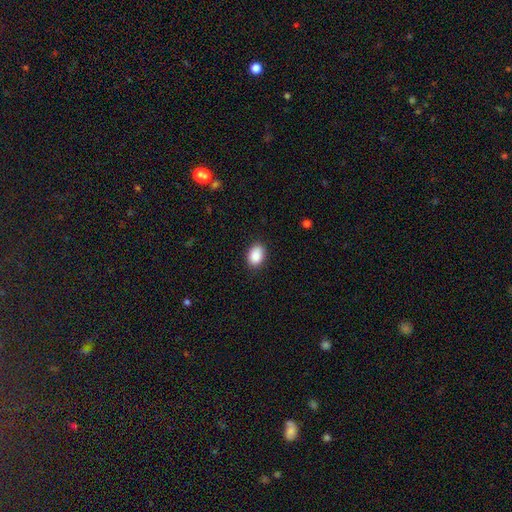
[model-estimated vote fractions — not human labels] smooth-or-featured: smooth: 89% | star or artifact: 7% | featured or disk: 3%
  how-rounded: in between: 81% | round: 18% | cigar-shaped: 1%
  merging: none: 86% | minor disturbance: 11% | major disturbance: 2% | merger: 1%